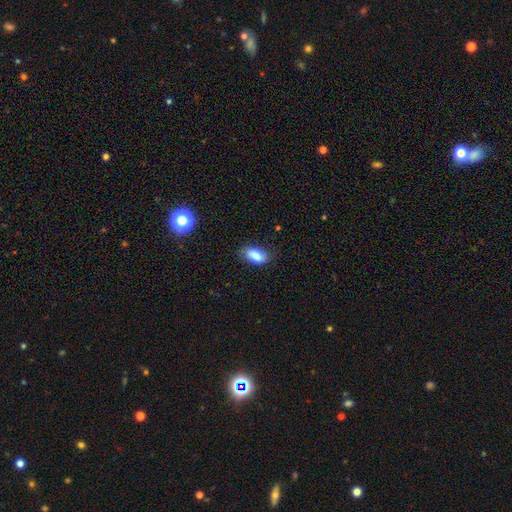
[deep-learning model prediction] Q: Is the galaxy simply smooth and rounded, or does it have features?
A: smooth — 86%.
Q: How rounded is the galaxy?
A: in between — 90%.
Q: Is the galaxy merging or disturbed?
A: none — 77%.